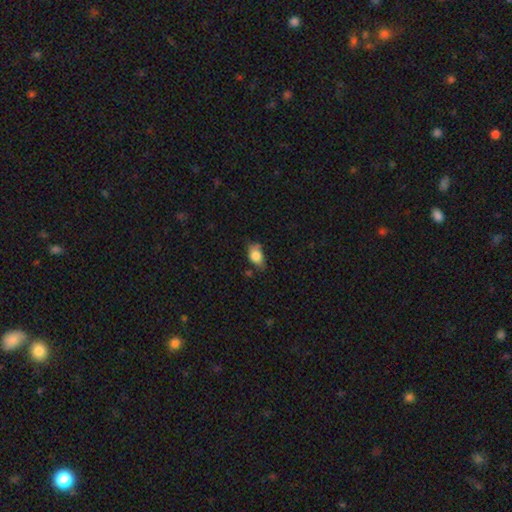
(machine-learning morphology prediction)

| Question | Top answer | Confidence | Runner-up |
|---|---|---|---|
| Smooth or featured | smooth | 81% | featured or disk (11%) |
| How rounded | in between | 84% | round (13%) |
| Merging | none | 56% | minor disturbance (34%) |